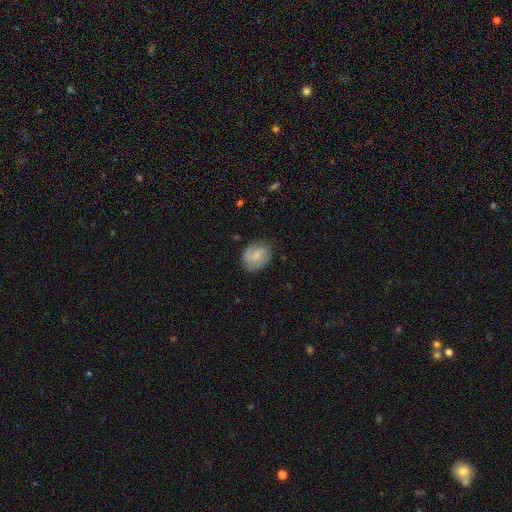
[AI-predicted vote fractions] Smooth or featured? Predicted: featured or disk (p=0.55). Edge-on disk? Predicted: no (p=0.97). Bar? Predicted: no (p=0.49). Spiral arms? Predicted: yes (p=0.87). Bulge size? Predicted: small (p=0.42). Merging? Predicted: none (p=0.70).